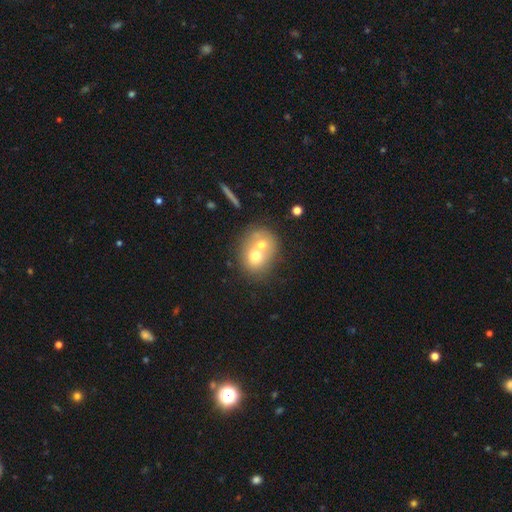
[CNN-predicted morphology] Smooth or featured? Predicted: smooth (p=0.62). How rounded? Predicted: round (p=0.66). Merging? Predicted: merger (p=0.68).